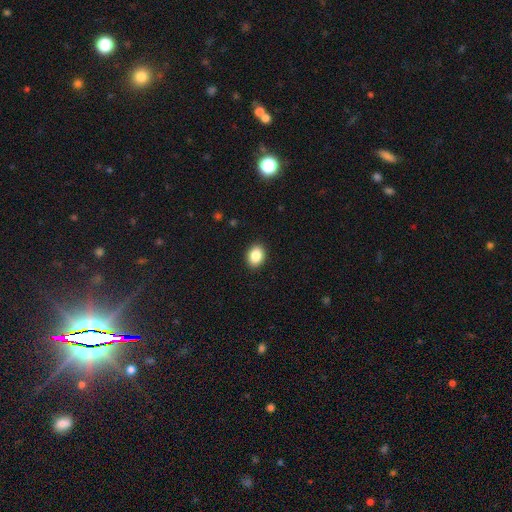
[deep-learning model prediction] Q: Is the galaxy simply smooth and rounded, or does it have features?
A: smooth — 86%.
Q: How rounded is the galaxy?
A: in between — 63%.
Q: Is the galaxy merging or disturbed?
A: none — 90%.